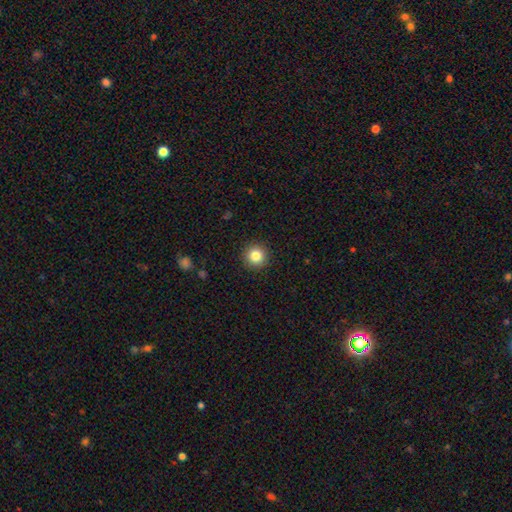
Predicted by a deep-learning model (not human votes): Smooth or featured? smooth (84%)
How rounded? round (96%)
Merging? none (92%)